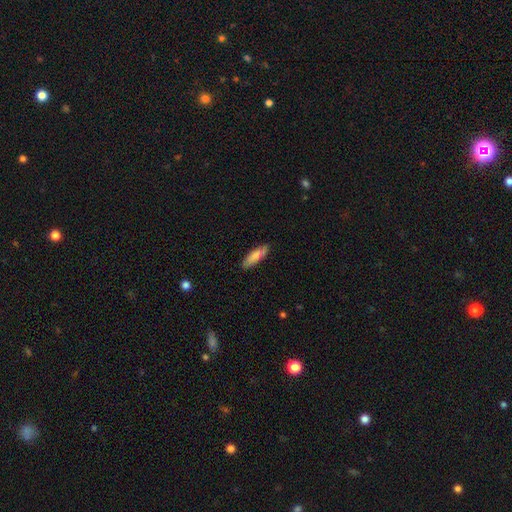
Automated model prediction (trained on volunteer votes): Smooth or featured? Predicted: smooth (p=0.82). How rounded? Predicted: cigar-shaped (p=0.60). Merging? Predicted: none (p=0.86).